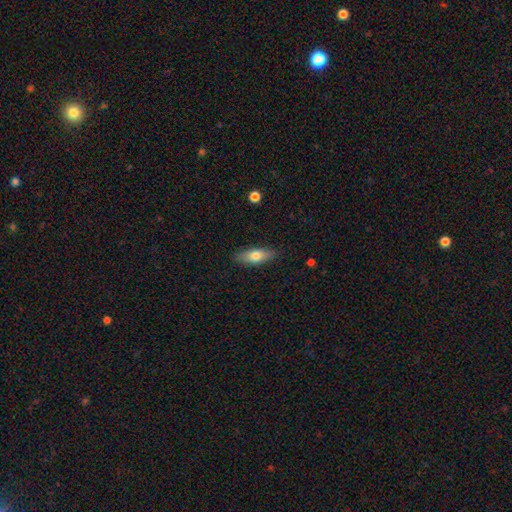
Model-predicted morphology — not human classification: smooth_or_featured: smooth (p=0.72) [alt: featured or disk p=0.22]
how_rounded: in between (p=0.67) [alt: cigar-shaped p=0.30]
merging: none (p=0.87) [alt: minor disturbance p=0.10]